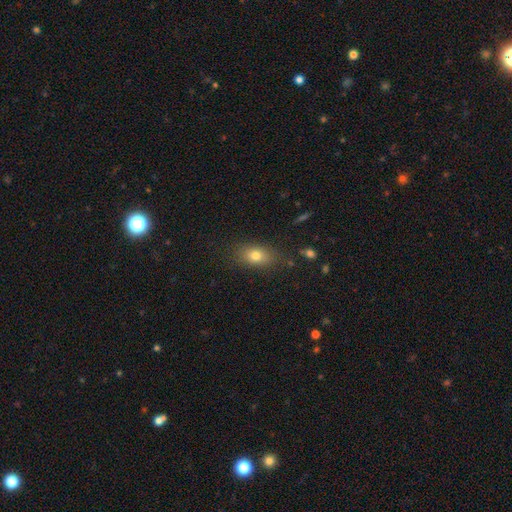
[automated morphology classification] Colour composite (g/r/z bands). It shows a smooth galaxy with no disk features (77%) that is in between round and cigar-shaped (78%). Merging: none (81%).